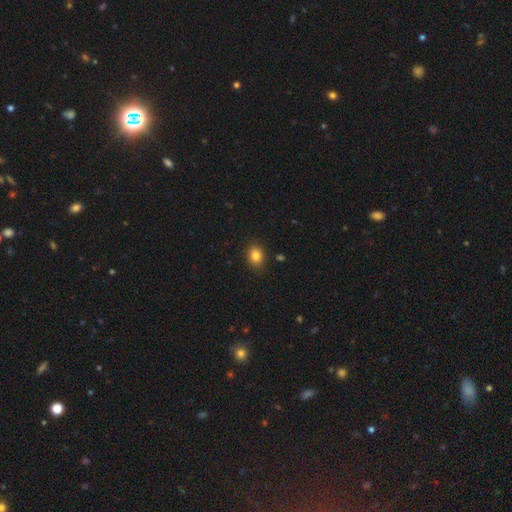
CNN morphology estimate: type=smooth (84%); roundness=in between (57%); merging=none (87%).